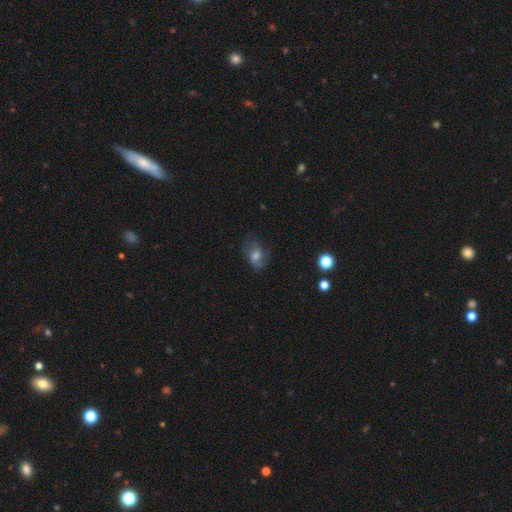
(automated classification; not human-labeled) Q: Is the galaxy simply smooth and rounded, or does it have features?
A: smooth — 46%.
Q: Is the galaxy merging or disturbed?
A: none — 62%.